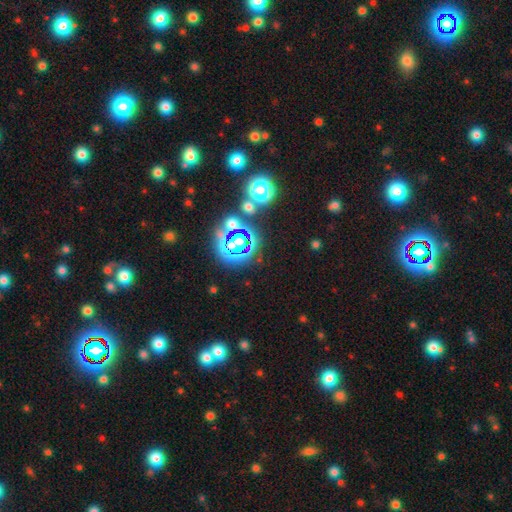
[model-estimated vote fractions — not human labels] A star or artifact, not a galaxy (75%).

Vote fractions:
- Smooth or featured? star or artifact: 75% / smooth: 17% / featured or disk: 8%